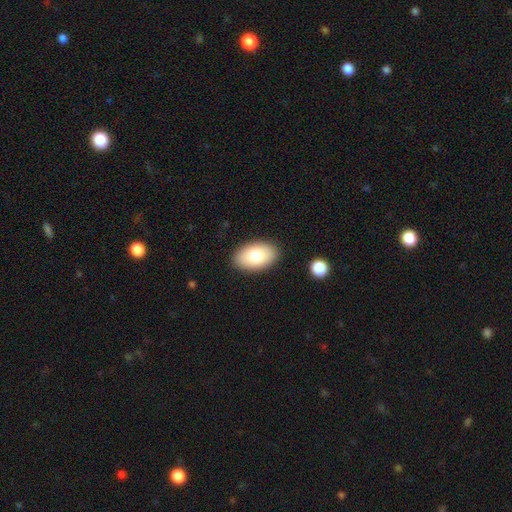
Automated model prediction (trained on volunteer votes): Morphology: type=smooth (78%); roundness=in between (94%); merging=none (89%).